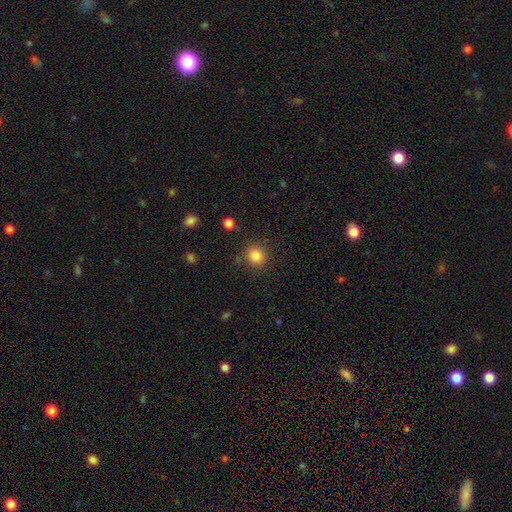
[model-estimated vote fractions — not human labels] Overall: smooth (84%). How rounded: round (87%). Merging: none (85%).